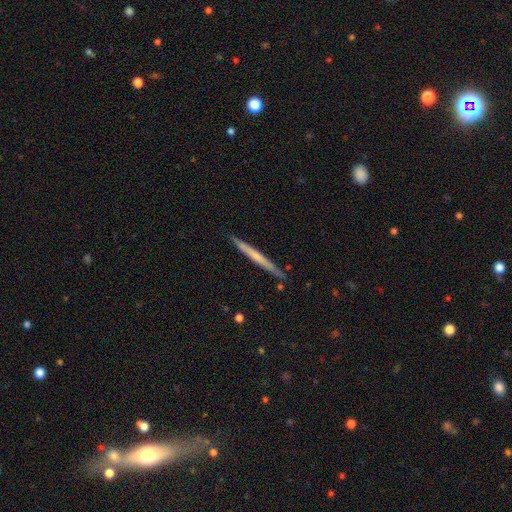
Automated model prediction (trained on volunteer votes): smooth-or-featured: featured or disk: 50% | smooth: 45% | star or artifact: 5%
  merging: none: 89% | minor disturbance: 8% | merger: 2% | major disturbance: 1%